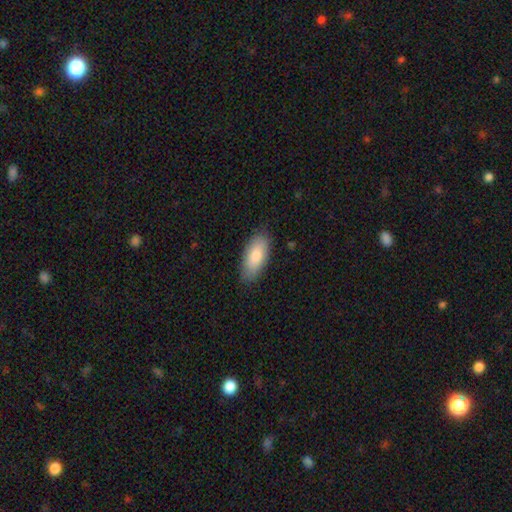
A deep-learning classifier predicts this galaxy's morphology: type=smooth (83%); roundness=in between (86%); merging=none (85%).